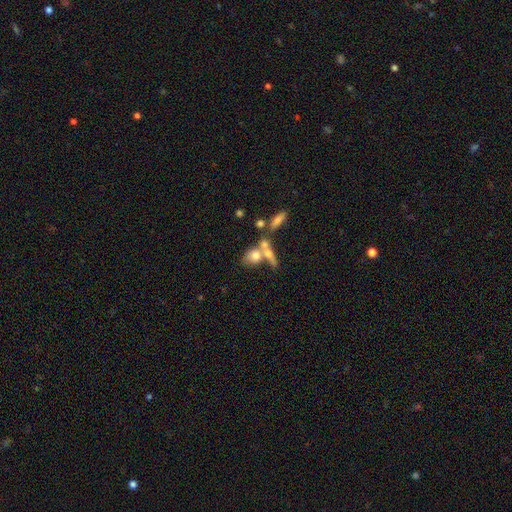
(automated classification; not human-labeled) Smooth or featured? Predicted: smooth (p=0.53). How rounded? Predicted: in between (p=0.53). Merging? Predicted: merger (p=0.50).